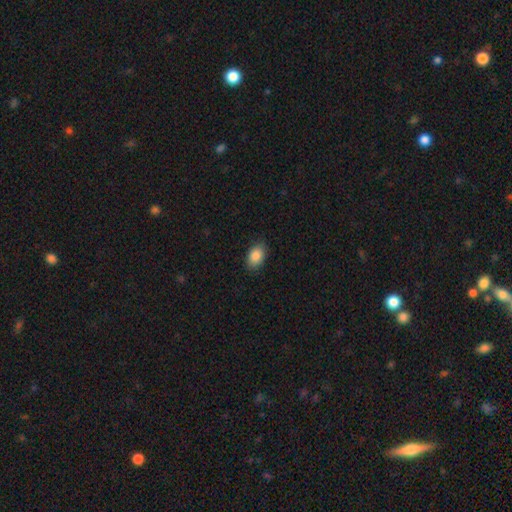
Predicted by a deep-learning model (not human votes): smooth-or-featured: smooth: 87% | star or artifact: 8% | featured or disk: 5%
  how-rounded: in between: 86% | round: 12% | cigar-shaped: 1%
  merging: none: 87% | minor disturbance: 10% | major disturbance: 2% | merger: 1%